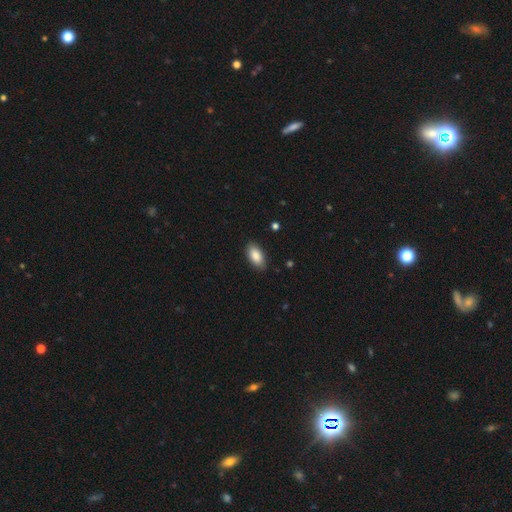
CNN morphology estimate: smooth 88%, star or artifact 6%, featured or disk 6%. Down the decision tree: how rounded — in between (94%); merging — none (87%).